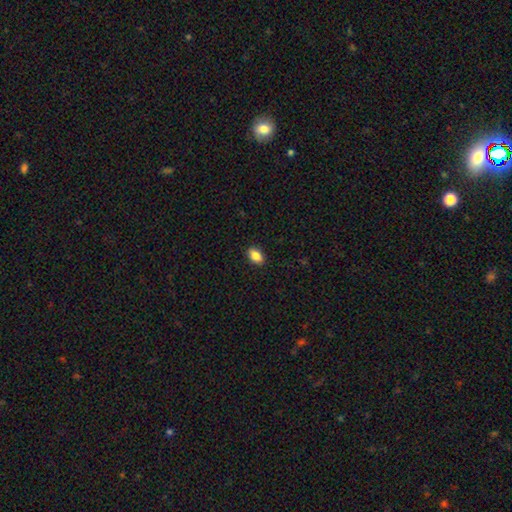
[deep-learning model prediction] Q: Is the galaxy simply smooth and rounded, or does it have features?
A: smooth — 85%.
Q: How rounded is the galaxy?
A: in between — 88%.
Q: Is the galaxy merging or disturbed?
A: none — 89%.